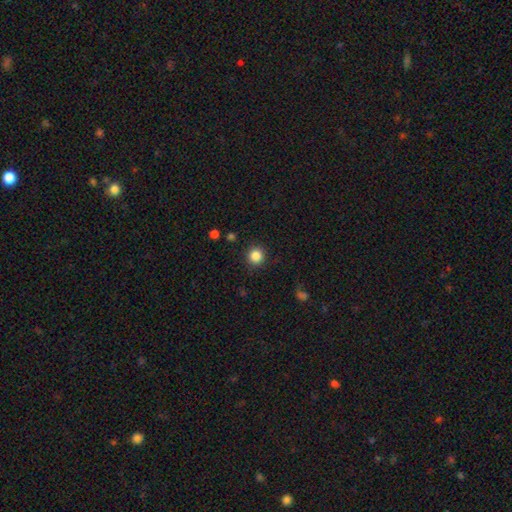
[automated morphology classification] smooth-or-featured: smooth: 86% | star or artifact: 11% | featured or disk: 3%
  how-rounded: round: 94% | in between: 5% | cigar-shaped: 1%
  merging: none: 90% | minor disturbance: 6% | major disturbance: 2% | merger: 1%